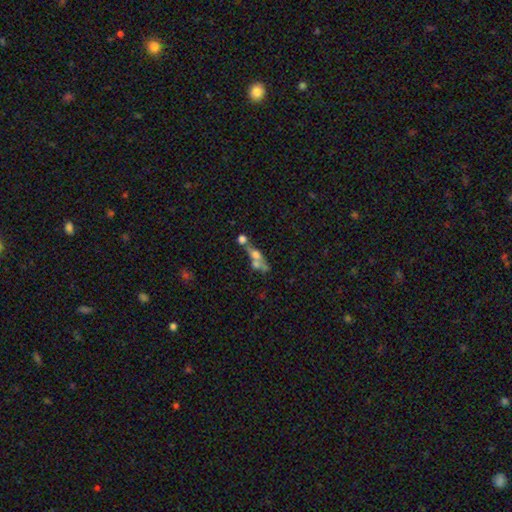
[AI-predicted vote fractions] Smooth or featured? smooth (46%)
Merging? merger (52%)